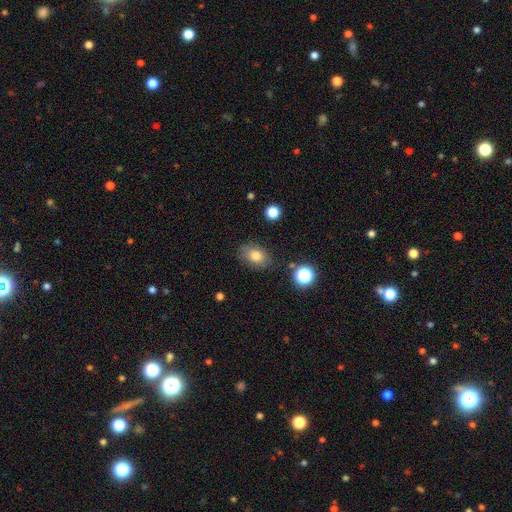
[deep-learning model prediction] A smooth galaxy with no disk features (79%) that is in between round and cigar-shaped (77%).

Vote fractions:
- Smooth or featured? smooth: 79% / star or artifact: 11% / featured or disk: 10%
- How rounded? in between: 77% / round: 21% / cigar-shaped: 1%
- Merging? none: 80% / minor disturbance: 13% / major disturbance: 4% / merger: 2%